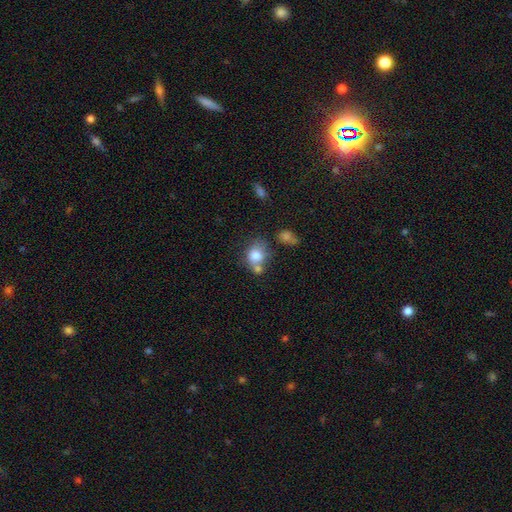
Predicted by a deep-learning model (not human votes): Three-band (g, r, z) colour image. It shows a smooth galaxy with no disk features (77%) that is round (53%). Merging: none (39%).